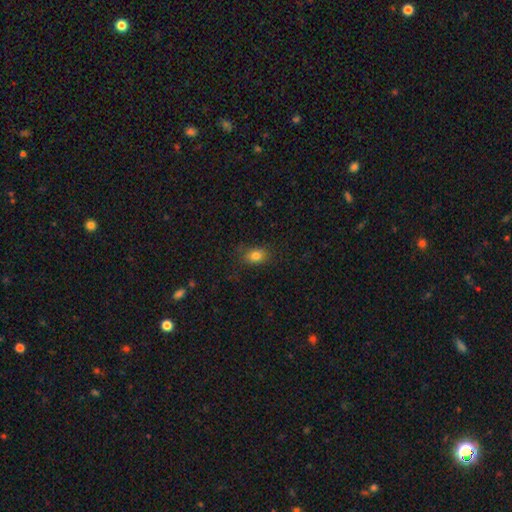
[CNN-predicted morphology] smooth_or_featured: smooth (p=0.82) [alt: star or artifact p=0.11]
how_rounded: in between (p=0.74) [alt: round p=0.25]
merging: none (p=0.78) [alt: minor disturbance p=0.16]